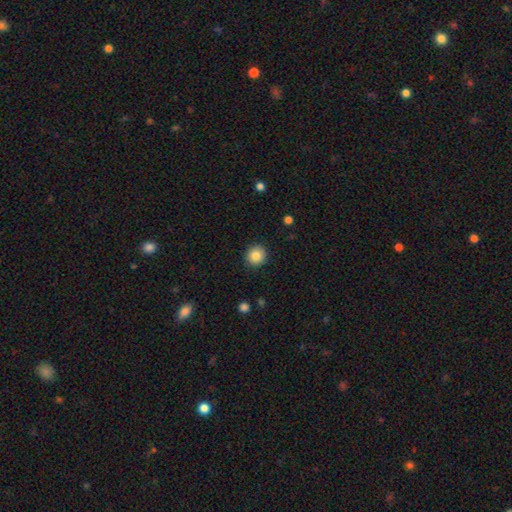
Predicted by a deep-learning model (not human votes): Smooth or featured: smooth — 84% (star or artifact — 9%)
How rounded: round — 91% (in between — 8%)
Merging: none — 90% (minor disturbance — 7%)